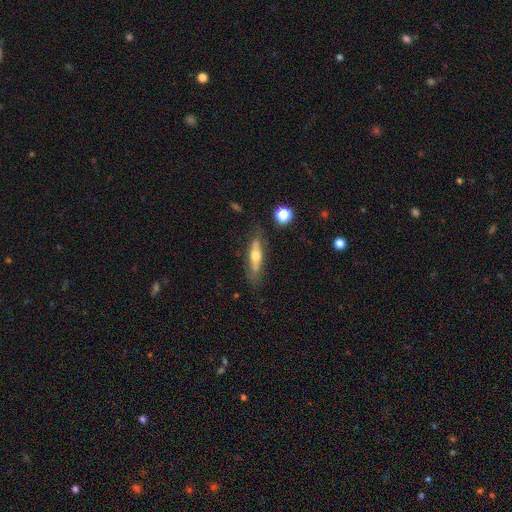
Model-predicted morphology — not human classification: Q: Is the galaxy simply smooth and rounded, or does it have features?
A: featured or disk — 48%.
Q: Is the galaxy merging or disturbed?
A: none — 75%.